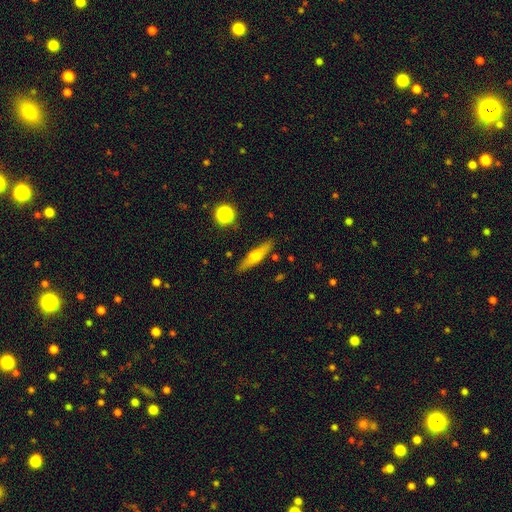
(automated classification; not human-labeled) This is possibly a smooth galaxy (47%). Merging: clearly none (86%).